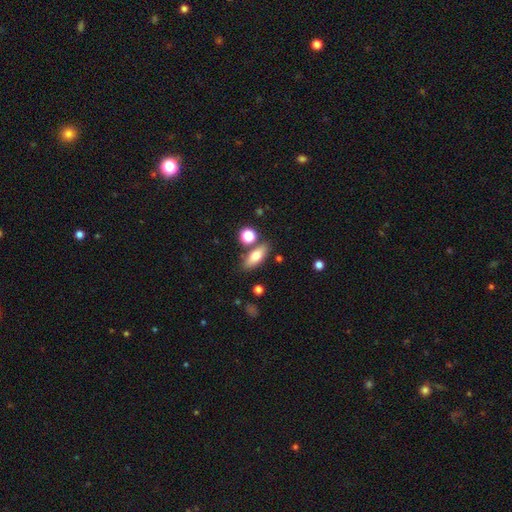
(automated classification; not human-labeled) This appears to be a smooth galaxy with no disk features (72%) that is in between round and cigar-shaped (70%). Merging: none (76%).